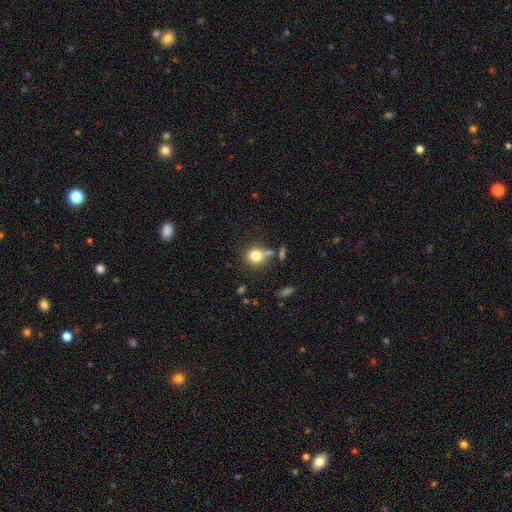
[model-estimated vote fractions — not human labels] Smooth or featured?
  - smooth: 78% *
  - star or artifact: 12%
  - featured or disk: 10%
How rounded?
  - round: 83% *
  - in between: 16%
  - cigar-shaped: 1%
Merging?
  - none: 62% *
  - minor disturbance: 17%
  - merger: 13%
  - major disturbance: 8%